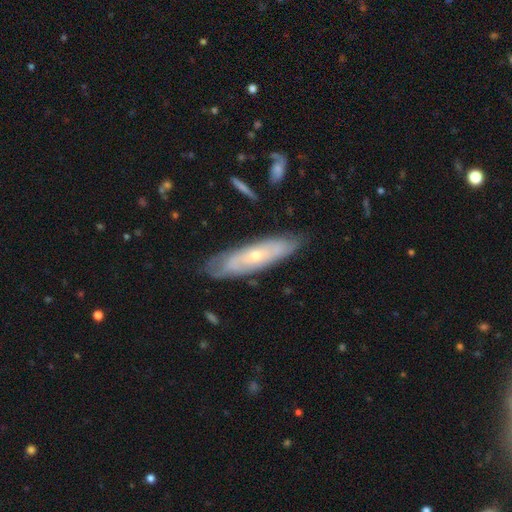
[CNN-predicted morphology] The model was most divided on "smooth or featured": featured or disk: 64%, smooth: 29%, star or artifact: 7%. More confident: merging — none (77%); edge-on disk — no (69%).